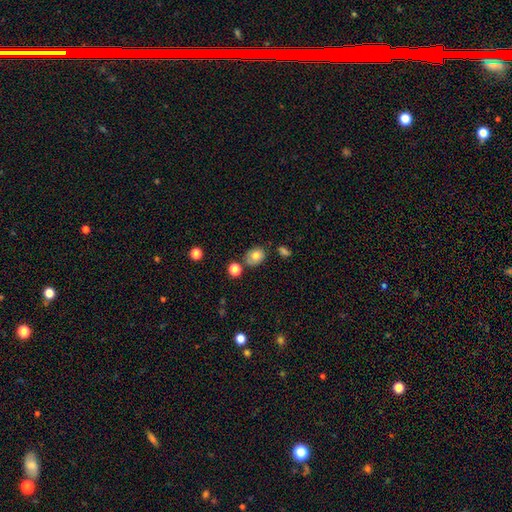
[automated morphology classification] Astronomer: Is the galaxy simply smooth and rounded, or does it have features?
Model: smooth — 78%.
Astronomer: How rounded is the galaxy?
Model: in between — 56% (runner-up: round, 43%).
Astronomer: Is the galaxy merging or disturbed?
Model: none — 72%.